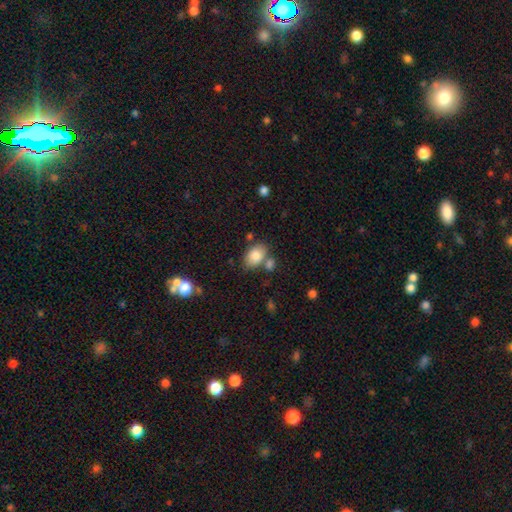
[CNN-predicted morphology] The model was most divided on "merging": none: 62%, merger: 18%, minor disturbance: 15%, major disturbance: 4%. More confident: smooth or featured — smooth (83%); how rounded — in between (80%).